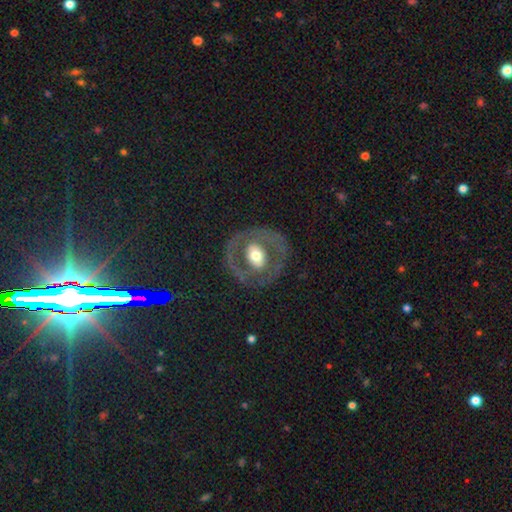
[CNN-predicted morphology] This is likely a featured or disk galaxy (62%). It is clearly not viewed edge-on (95%). Bar: likely no (61%). Spiral arm pattern: likely no (72%). Central bulge: likely moderate (64%). Merging: likely none (76%).